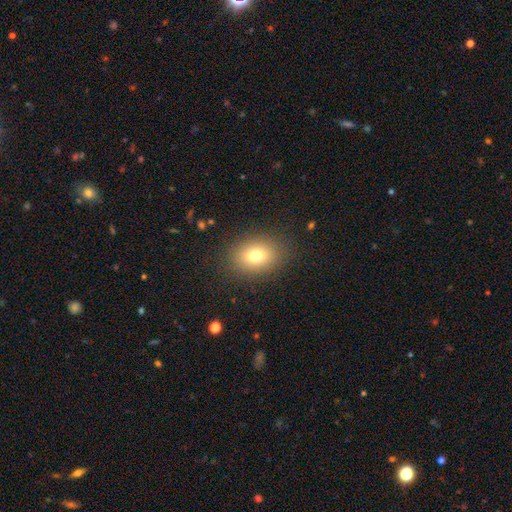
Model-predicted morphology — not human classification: Smooth or featured? smooth (76%)
How rounded? in between (64%)
Merging? none (86%)